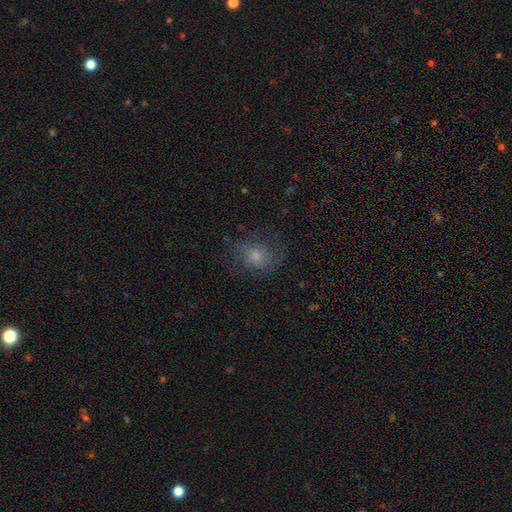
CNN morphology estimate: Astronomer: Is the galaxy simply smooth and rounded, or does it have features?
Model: smooth — 46% (runner-up: featured or disk, 34%).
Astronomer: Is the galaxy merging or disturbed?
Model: none — 66%.